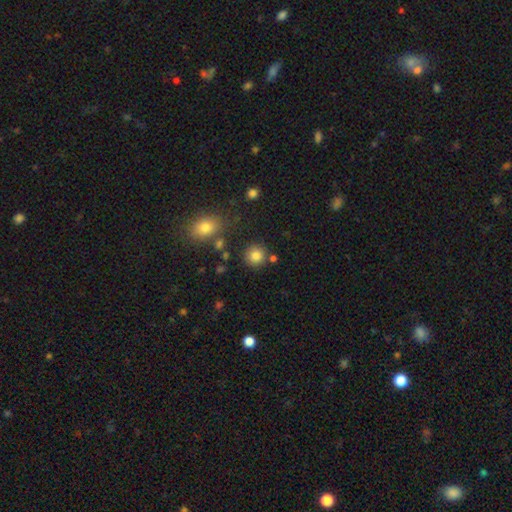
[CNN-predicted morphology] This is clearly a smooth galaxy (84%). How rounded: clearly round (91%). Merging: clearly none (82%).